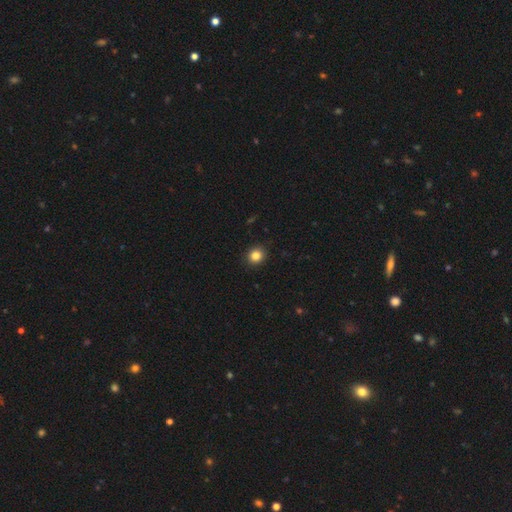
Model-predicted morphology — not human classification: Smooth or featured?
  - smooth: 85% *
  - star or artifact: 11%
  - featured or disk: 4%
How rounded?
  - round: 83% *
  - in between: 16%
  - cigar-shaped: 1%
Merging?
  - none: 92% *
  - minor disturbance: 6%
  - major disturbance: 2%
  - merger: 1%